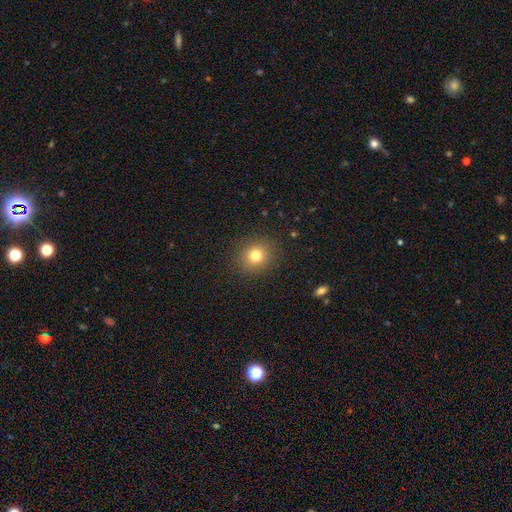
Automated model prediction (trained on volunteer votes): Smooth or featured?
  - smooth: 78% *
  - star or artifact: 14%
  - featured or disk: 8%
How rounded?
  - round: 86% *
  - in between: 13%
  - cigar-shaped: 1%
Merging?
  - none: 89% *
  - minor disturbance: 7%
  - major disturbance: 3%
  - merger: 1%